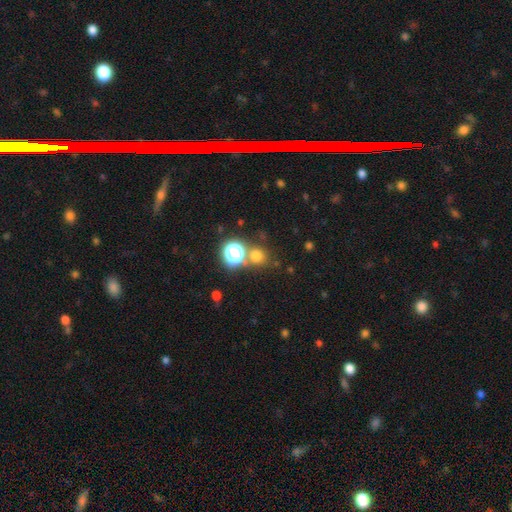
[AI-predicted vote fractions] This appears to be a smooth galaxy with no disk features (68%) that is round (87%). Merging: none (71%).